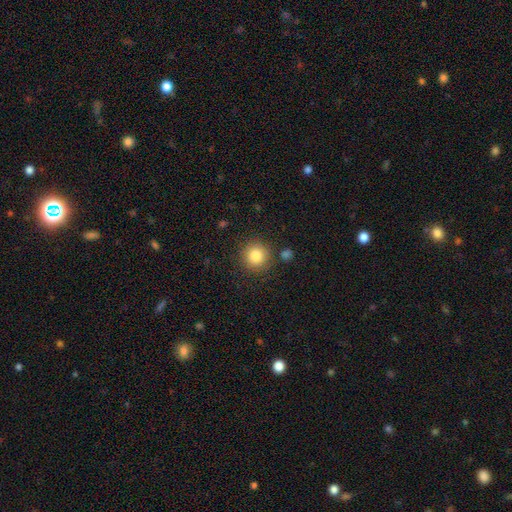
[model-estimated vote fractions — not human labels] This appears to be a smooth galaxy with no disk features (84%) that is round (94%). Merging: none (86%).